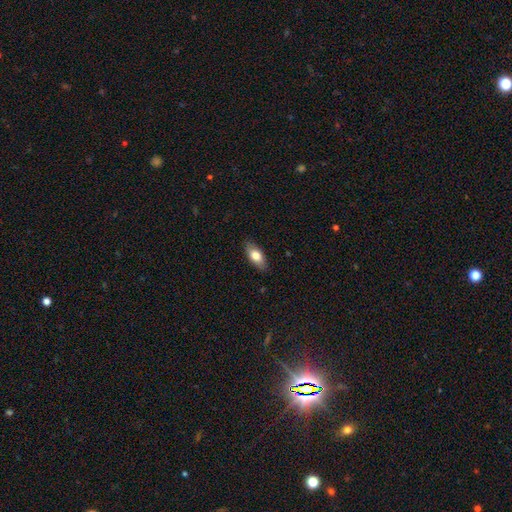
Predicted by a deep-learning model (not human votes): Q: Smooth or featured?
A: smooth (76%); runner-up: featured or disk (17%)
Q: How rounded?
A: in between (85%); runner-up: cigar-shaped (11%)
Q: Merging?
A: none (86%); runner-up: minor disturbance (11%)